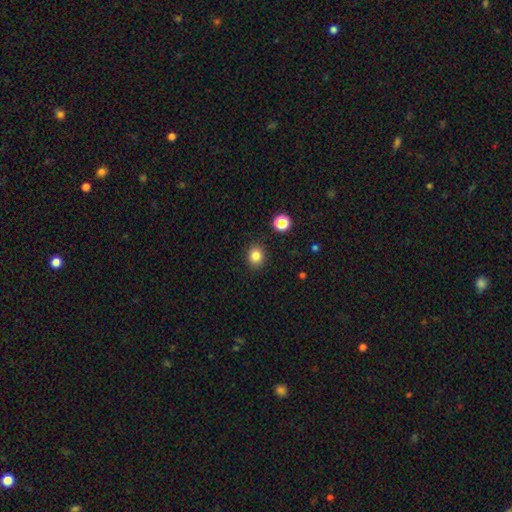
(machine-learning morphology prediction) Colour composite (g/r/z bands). It shows a smooth galaxy with no disk features (83%) that is round (77%). Merging: none (89%).